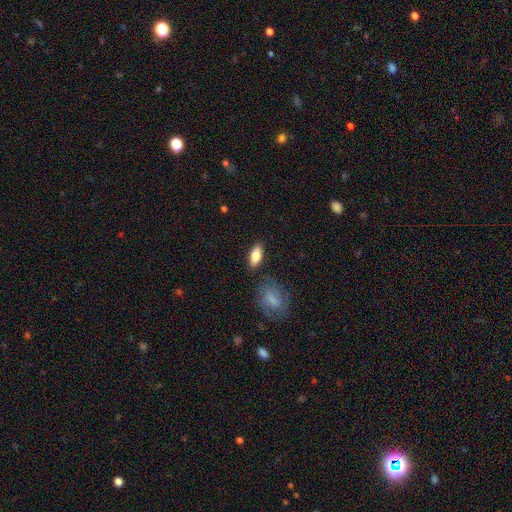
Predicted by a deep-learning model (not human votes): Smooth or featured?
  - smooth: 80% *
  - featured or disk: 13%
  - star or artifact: 6%
How rounded?
  - in between: 83% *
  - cigar-shaped: 14%
  - round: 3%
Merging?
  - none: 84% *
  - minor disturbance: 11%
  - major disturbance: 3%
  - merger: 3%